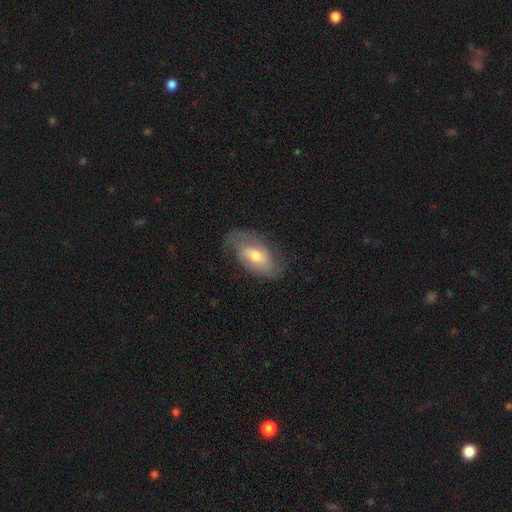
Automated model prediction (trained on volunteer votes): A featured or disk galaxy (52%).

Vote fractions:
- Smooth or featured? featured or disk: 52% / smooth: 41% / star or artifact: 7%
- Edge-on disk? no: 91% / yes: 9%
- Merging? none: 60% / minor disturbance: 26% / major disturbance: 13% / merger: 1%